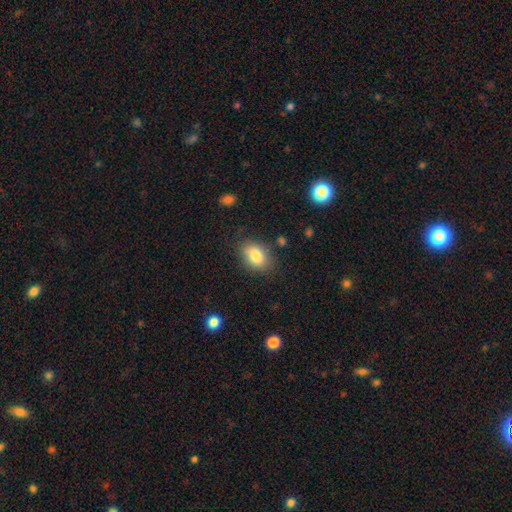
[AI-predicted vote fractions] Smooth or featured? Predicted: smooth (p=0.83). How rounded? Predicted: in between (p=0.82). Merging? Predicted: none (p=0.79).